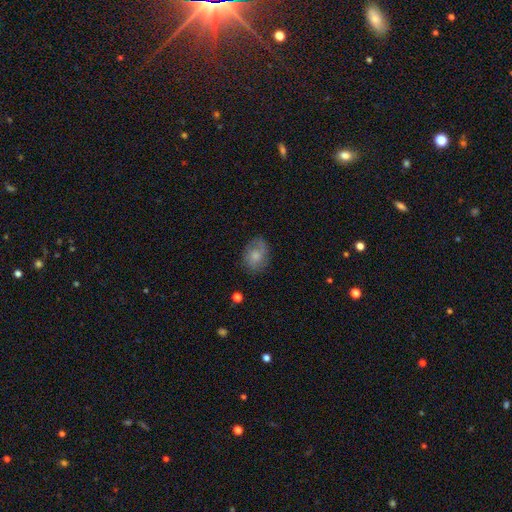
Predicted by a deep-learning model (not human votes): This appears to be a smooth galaxy with no disk features (66%) that is in between round and cigar-shaped (61%). Merging: none (70%).